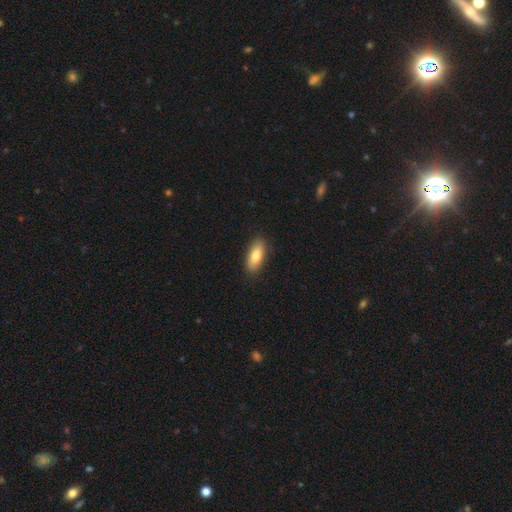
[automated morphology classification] Q: Smooth or featured?
A: smooth (79%); runner-up: featured or disk (14%)
Q: How rounded?
A: in between (76%); runner-up: cigar-shaped (22%)
Q: Merging?
A: none (88%); runner-up: minor disturbance (9%)